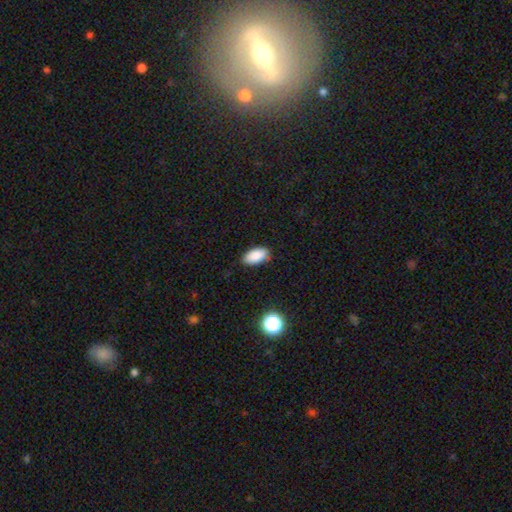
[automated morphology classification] smooth_or_featured: smooth (p=0.88) [alt: star or artifact p=0.08]
how_rounded: in between (p=0.93) [alt: cigar-shaped p=0.03]
merging: none (p=0.83) [alt: minor disturbance p=0.13]